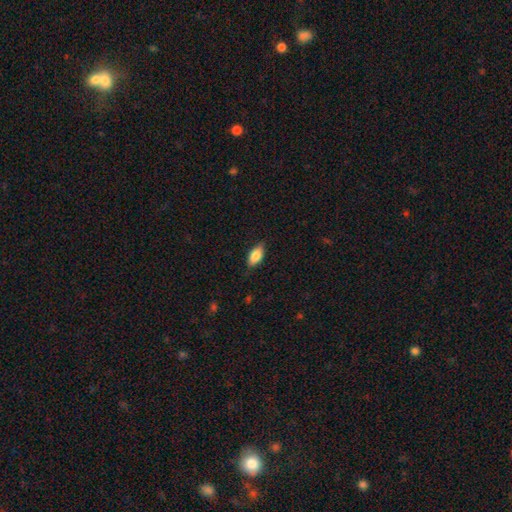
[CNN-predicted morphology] smooth 79%, featured or disk 14%, star or artifact 7%. Down the decision tree: how rounded — in between (87%); merging — none (81%).